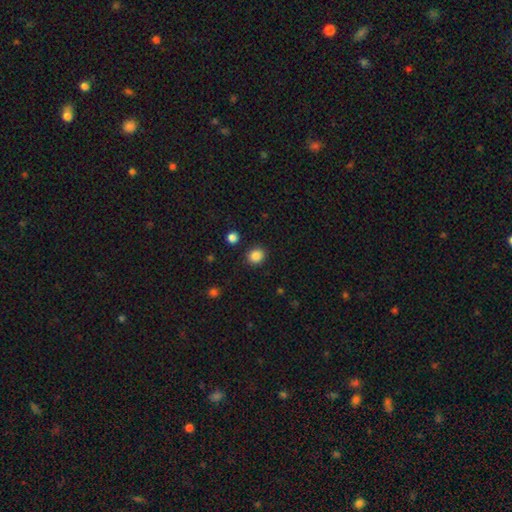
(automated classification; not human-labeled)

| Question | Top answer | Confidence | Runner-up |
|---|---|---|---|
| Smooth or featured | smooth | 86% | star or artifact (11%) |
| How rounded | round | 78% | in between (21%) |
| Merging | none | 88% | minor disturbance (7%) |